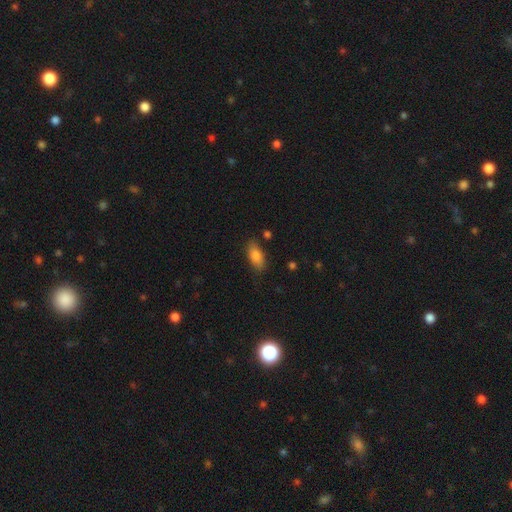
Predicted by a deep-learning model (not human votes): Morphology: type=smooth (83%); roundness=in between (86%); merging=none (80%).